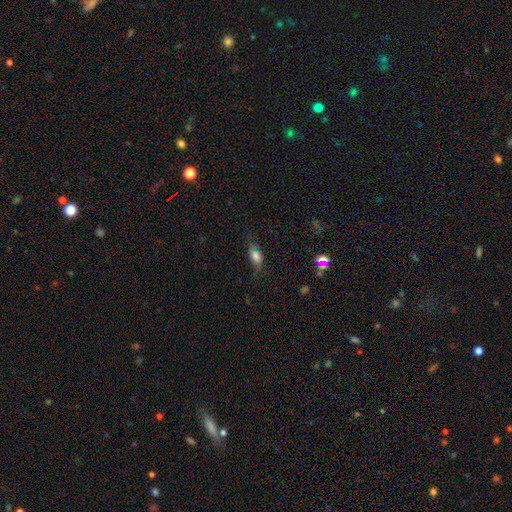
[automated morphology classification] This is likely a smooth galaxy (66%). How rounded: likely in between (80%). Merging: likely none (62%).